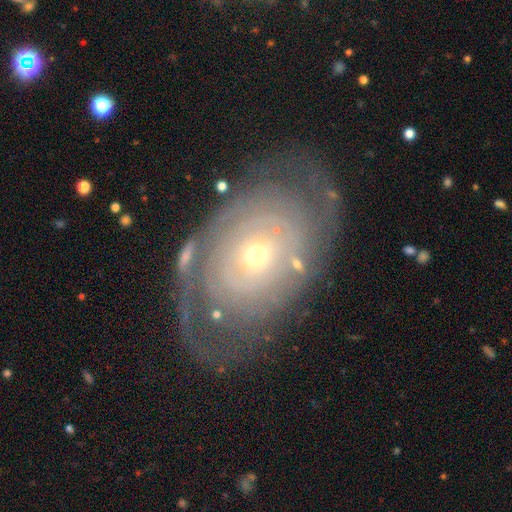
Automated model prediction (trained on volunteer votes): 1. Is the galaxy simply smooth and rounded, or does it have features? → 77% featured or disk, 16% smooth, 7% star or artifact.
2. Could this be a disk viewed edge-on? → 95% no, 5% yes.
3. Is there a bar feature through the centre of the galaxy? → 75% no, 19% weak, 6% strong.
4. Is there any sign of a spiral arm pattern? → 76% yes, 24% no.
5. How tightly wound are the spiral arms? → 68% tight, 20% medium, 12% loose.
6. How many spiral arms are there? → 43% can't tell, 29% 2, 8% 3, 8% 1, 6% 4, 5% more than 4.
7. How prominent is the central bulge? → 56% small, 39% moderate, 3% large, 1% dominant, 1% none.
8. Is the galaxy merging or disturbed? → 50% none, 23% major disturbance, 20% minor disturbance, 8% merger.